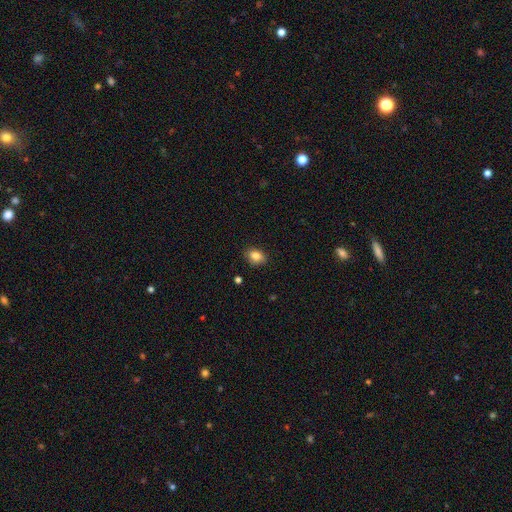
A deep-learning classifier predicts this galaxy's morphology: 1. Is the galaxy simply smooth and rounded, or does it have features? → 83% smooth, 9% star or artifact, 8% featured or disk.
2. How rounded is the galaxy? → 72% in between, 27% round, 1% cigar-shaped.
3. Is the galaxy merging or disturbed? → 81% none, 15% minor disturbance, 3% major disturbance, 1% merger.